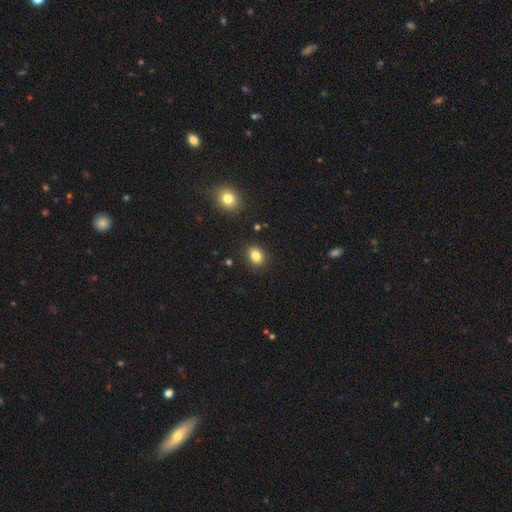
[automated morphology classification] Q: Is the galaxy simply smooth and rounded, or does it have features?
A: smooth — 83%.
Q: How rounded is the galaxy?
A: in between — 53%.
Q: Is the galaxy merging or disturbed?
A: none — 88%.